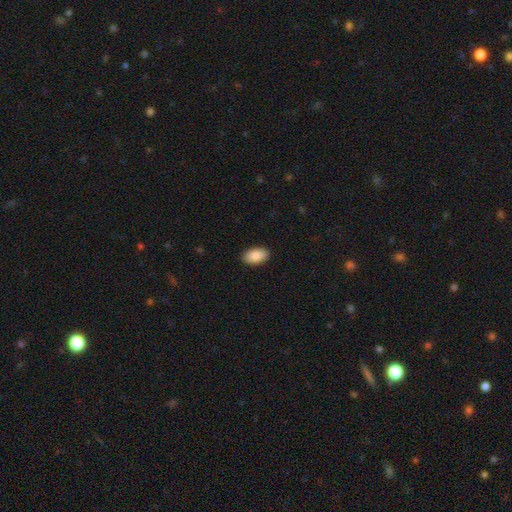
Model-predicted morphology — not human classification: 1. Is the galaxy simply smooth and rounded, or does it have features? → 88% smooth, 6% star or artifact, 6% featured or disk.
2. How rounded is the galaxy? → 95% in between, 4% round, 2% cigar-shaped.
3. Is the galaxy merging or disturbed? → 90% none, 7% minor disturbance, 2% major disturbance, 1% merger.